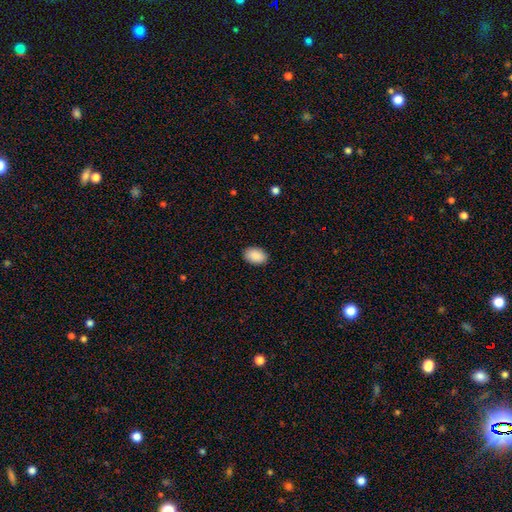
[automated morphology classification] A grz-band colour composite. It shows a smooth galaxy with no disk features (91%) that is in between round and cigar-shaped (90%). Merging: none (89%).